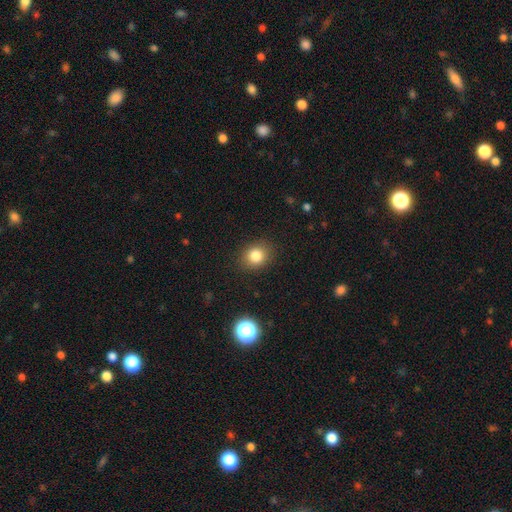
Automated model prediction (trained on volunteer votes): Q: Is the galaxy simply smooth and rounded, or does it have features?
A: smooth — 82%.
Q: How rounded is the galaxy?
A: round — 66%.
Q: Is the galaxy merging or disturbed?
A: none — 87%.